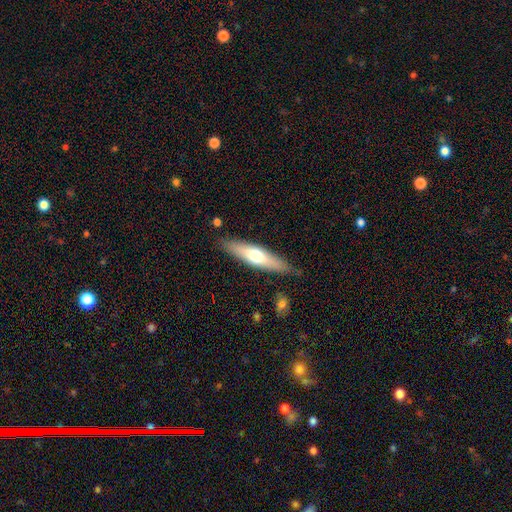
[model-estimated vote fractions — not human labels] Morphology: type=smooth (53%); roundness=cigar-shaped (75%); merging=none (85%).